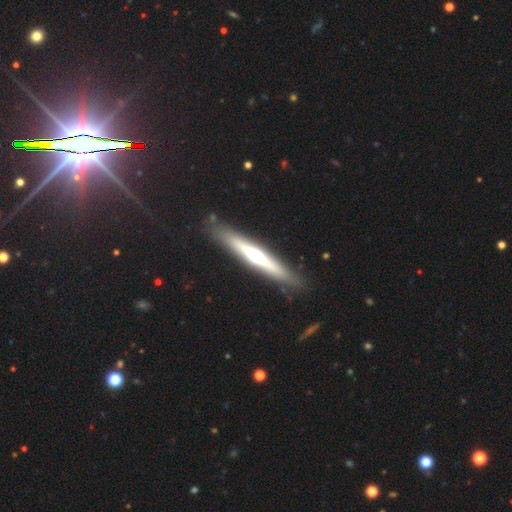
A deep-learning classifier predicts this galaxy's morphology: Overall: featured or disk (59%; smooth 35%). Edge-on disk: yes (93%). Edge-on bulge: rounded (79%). Merging: none (87%).